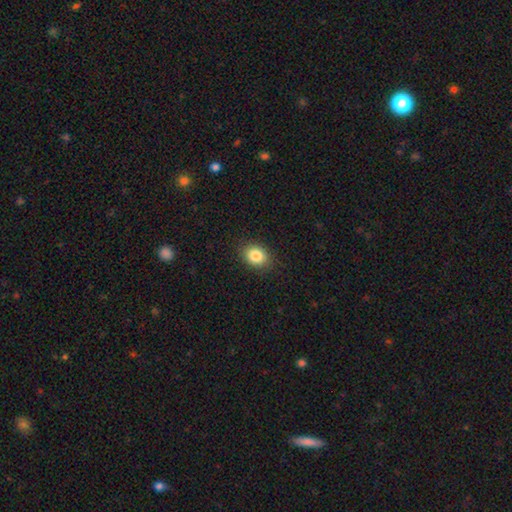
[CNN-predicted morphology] This is clearly a smooth galaxy (85%). How rounded: possibly in between (55%). Merging: clearly none (88%).